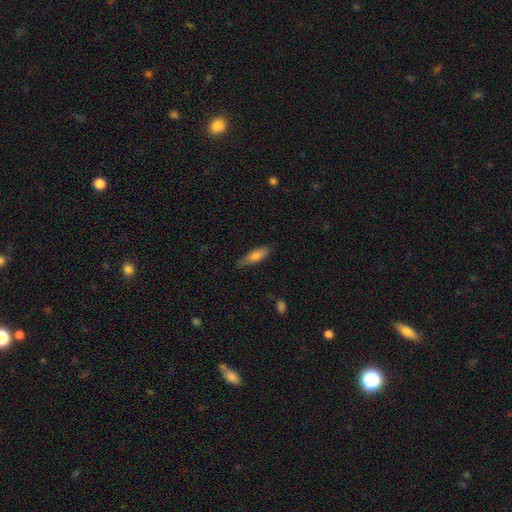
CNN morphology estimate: This appears to be a smooth galaxy with no disk features (76%) that is in between round and cigar-shaped (53%). Merging: none (76%).